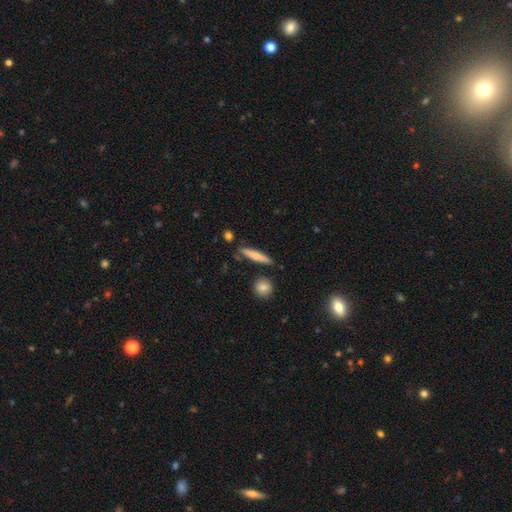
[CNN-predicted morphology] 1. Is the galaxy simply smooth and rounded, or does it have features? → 71% smooth, 22% featured or disk, 6% star or artifact.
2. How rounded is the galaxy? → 87% cigar-shaped, 11% in between, 2% round.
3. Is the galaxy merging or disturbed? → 83% none, 11% minor disturbance, 4% merger, 2% major disturbance.